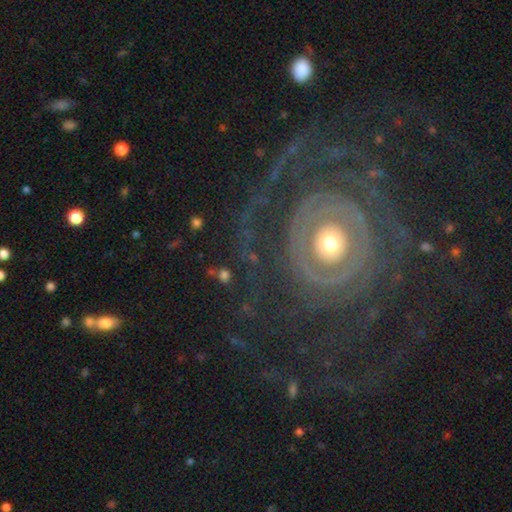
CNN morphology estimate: A featured or disk galaxy (84%) with no bar (80%), tight (73%) spiral arms (84%) and a moderate central bulge (52%).

Vote fractions:
- Smooth or featured? featured or disk: 84% / smooth: 9% / star or artifact: 7%
- Edge-on disk? no: 97% / yes: 3%
- Bar? no: 80% / weak: 13% / strong: 7%
- Spiral arms? yes: 84% / no: 16%
- Spiral winding? tight: 73% / medium: 18% / loose: 9%
- Spiral arm count? can't tell: 33% / 2: 23% / 3: 14% / more than 4: 11% / 4: 11% / 1: 9%
- Bulge size? moderate: 52% / small: 39% / large: 6% / dominant: 2% / none: 1%
- Merging? none: 69% / major disturbance: 17% / minor disturbance: 12% / merger: 2%